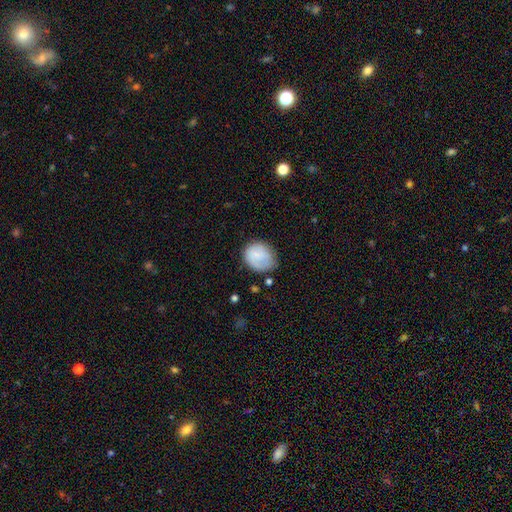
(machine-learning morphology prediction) smooth_or_featured: smooth (p=0.76) [alt: featured or disk p=0.17]
how_rounded: round (p=0.68) [alt: in between p=0.32]
merging: none (p=0.62) [alt: minor disturbance p=0.26]